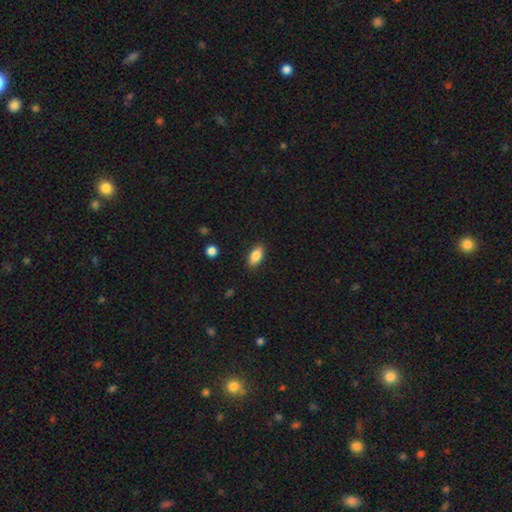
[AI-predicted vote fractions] smooth_or_featured: smooth (p=0.84) [alt: featured or disk p=0.08]
how_rounded: in between (p=0.88) [alt: cigar-shaped p=0.08]
merging: none (p=0.87) [alt: minor disturbance p=0.09]